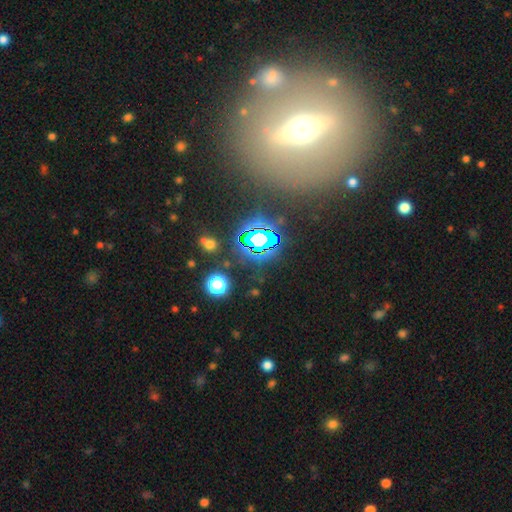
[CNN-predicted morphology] This is possibly a featured or disk galaxy (57%). It is possibly viewed edge-on (51%). Merging: clearly none (80%).